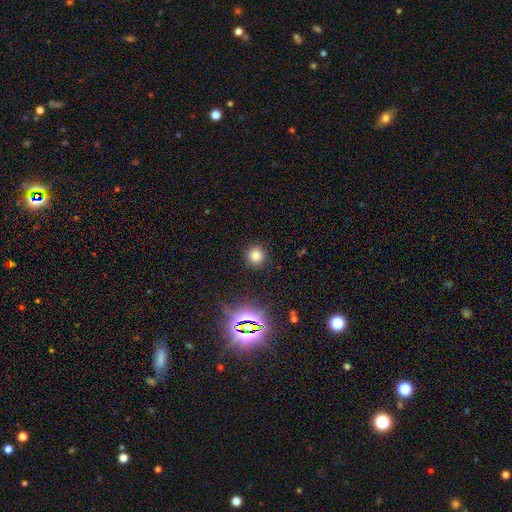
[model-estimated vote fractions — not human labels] Smooth or featured? Predicted: smooth (p=0.77). How rounded? Predicted: round (p=0.93). Merging? Predicted: none (p=0.90).